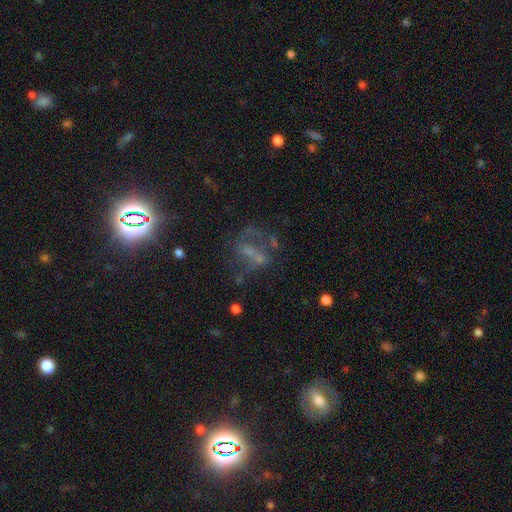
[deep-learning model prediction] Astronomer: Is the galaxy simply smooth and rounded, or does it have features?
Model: featured or disk — 42% (runner-up: star or artifact, 36%).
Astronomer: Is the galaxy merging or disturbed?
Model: none — 43% (runner-up: major disturbance, 29%).